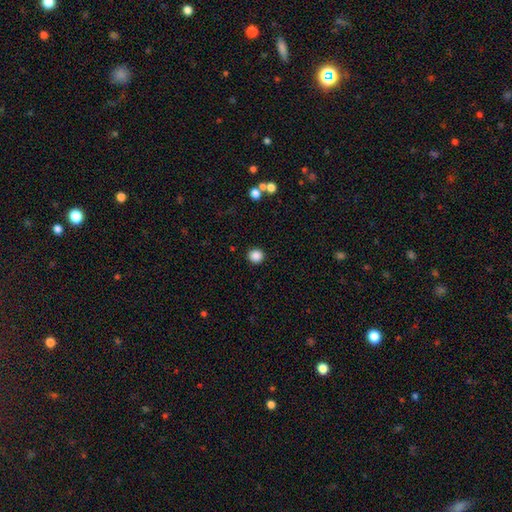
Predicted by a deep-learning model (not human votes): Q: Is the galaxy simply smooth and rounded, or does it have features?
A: smooth — 86%.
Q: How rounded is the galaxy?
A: round — 93%.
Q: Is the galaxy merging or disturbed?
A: none — 92%.